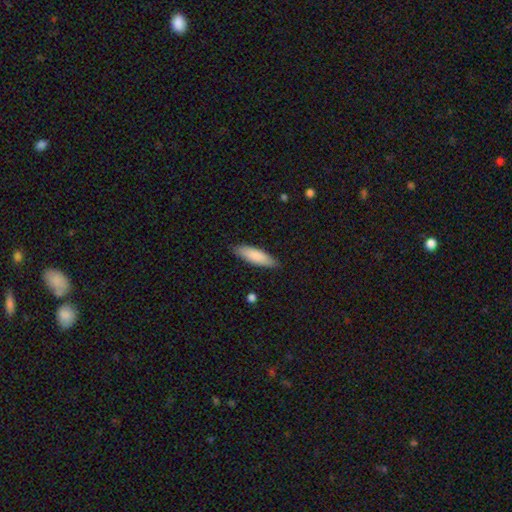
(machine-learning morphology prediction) smooth 85%, featured or disk 9%, star or artifact 5%. Down the decision tree: how rounded — cigar-shaped (54%); merging — none (86%).